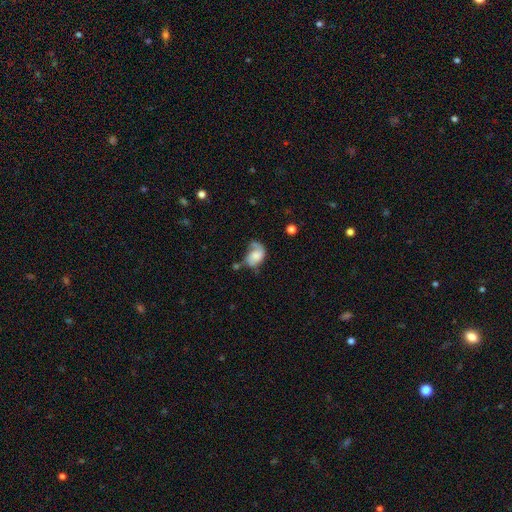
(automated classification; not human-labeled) smooth_or_featured: featured or disk (p=0.48) [alt: smooth p=0.43]
merging: none (p=0.35) [alt: minor disturbance p=0.29]